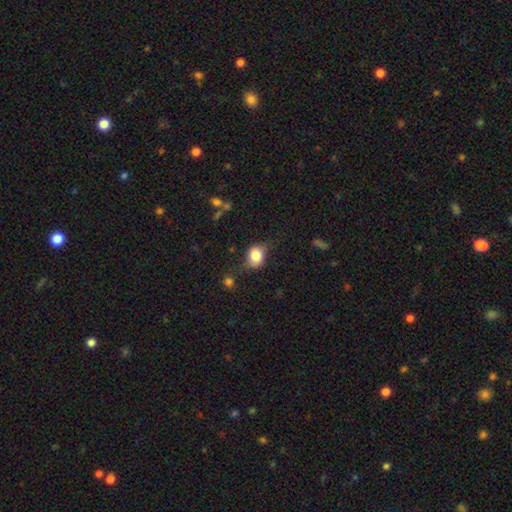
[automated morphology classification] The model was most divided on "how rounded": in between: 53%, round: 46%, cigar-shaped: 1%. More confident: smooth or featured — smooth (78%); merging — none (62%).